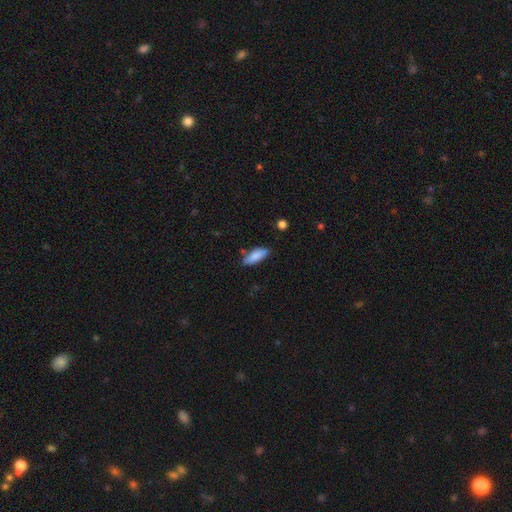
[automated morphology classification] This appears to be a smooth galaxy with no disk features (85%) that is in between round and cigar-shaped (69%). Merging: none (78%).